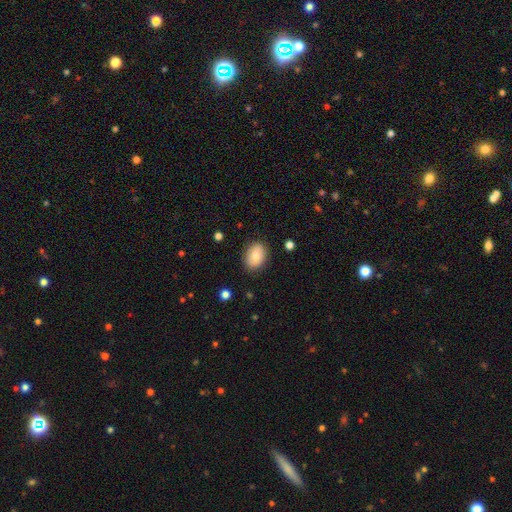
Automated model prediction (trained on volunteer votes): Smooth or featured? Predicted: smooth (p=0.77). How rounded? Predicted: in between (p=0.72). Merging? Predicted: none (p=0.85).